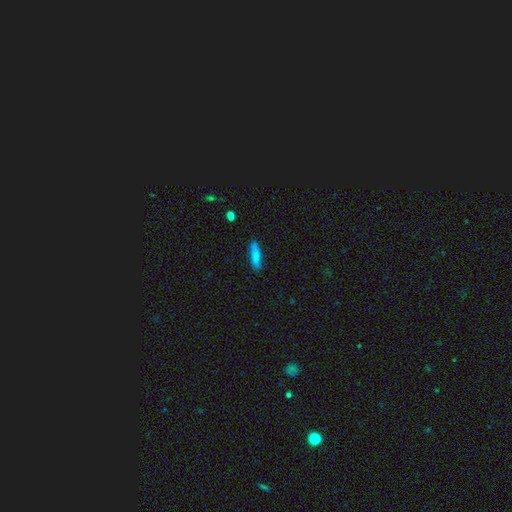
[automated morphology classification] This appears to be a smooth galaxy with no disk features (83%) that is cigar-shaped (73%). Merging: none (82%).